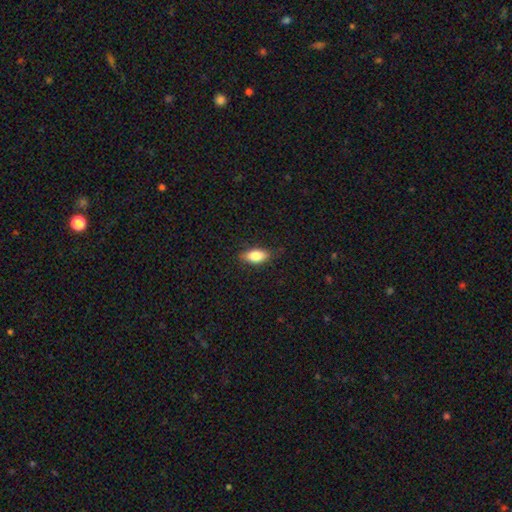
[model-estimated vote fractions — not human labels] smooth-or-featured: smooth: 81% | featured or disk: 11% | star or artifact: 7%
  how-rounded: in between: 87% | cigar-shaped: 9% | round: 5%
  merging: none: 82% | minor disturbance: 14% | major disturbance: 3% | merger: 1%